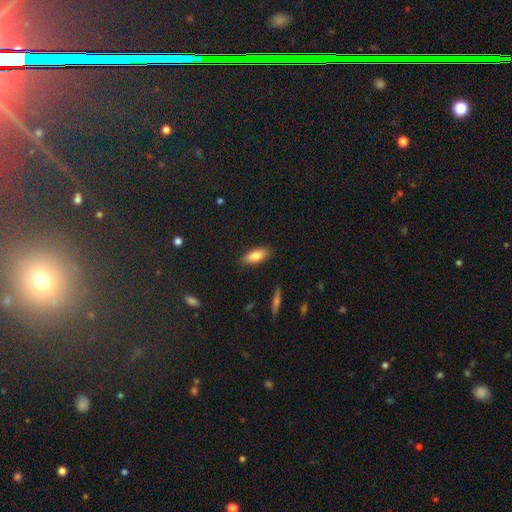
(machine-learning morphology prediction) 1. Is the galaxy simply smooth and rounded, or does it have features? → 80% smooth, 13% featured or disk, 7% star or artifact.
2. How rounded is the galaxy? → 73% in between, 24% cigar-shaped, 2% round.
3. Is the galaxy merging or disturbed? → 86% none, 11% minor disturbance, 2% major disturbance, 1% merger.